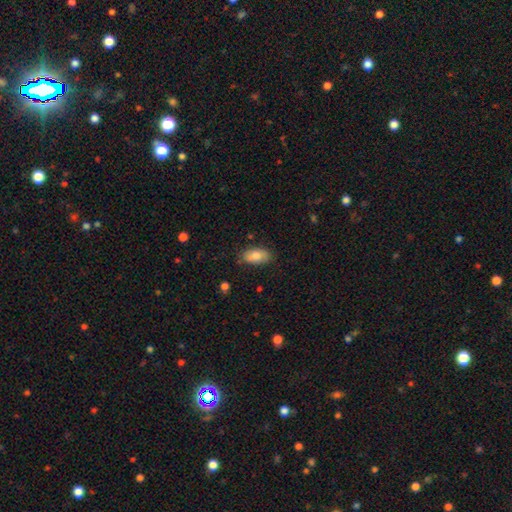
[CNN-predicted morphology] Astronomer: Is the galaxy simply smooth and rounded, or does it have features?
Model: smooth — 78%.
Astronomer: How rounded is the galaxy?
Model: in between — 93%.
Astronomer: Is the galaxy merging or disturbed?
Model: none — 82%.